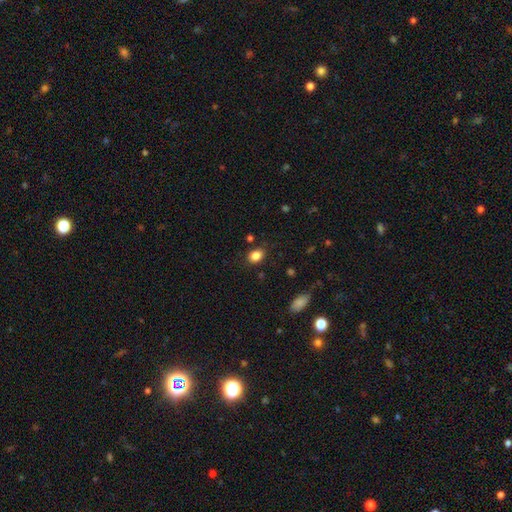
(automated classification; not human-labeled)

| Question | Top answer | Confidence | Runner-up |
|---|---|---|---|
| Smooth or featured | smooth | 85% | star or artifact (11%) |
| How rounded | in between | 63% | round (36%) |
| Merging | none | 81% | minor disturbance (13%) |